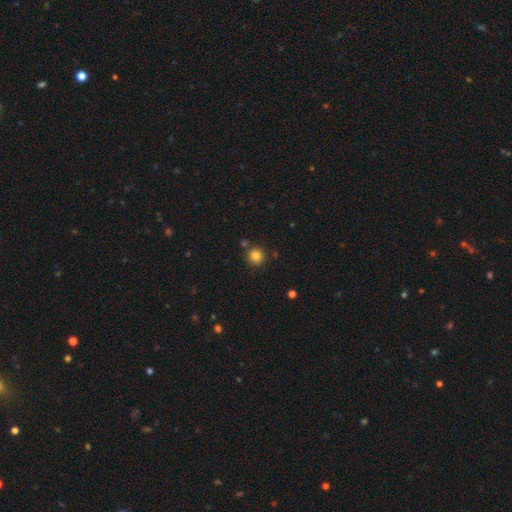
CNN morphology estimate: smooth 83%, star or artifact 11%, featured or disk 5%. Down the decision tree: how rounded — round (93%); merging — none (84%).